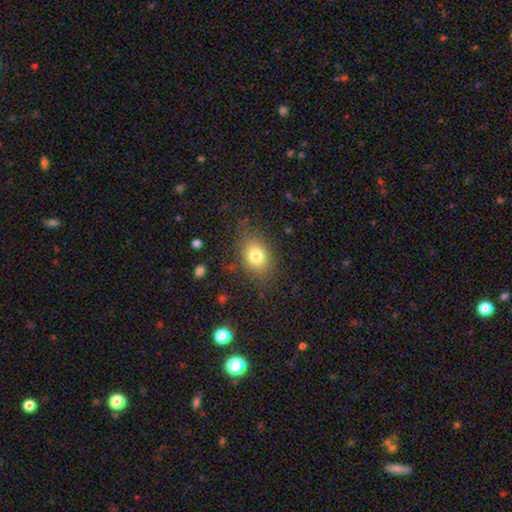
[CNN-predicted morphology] This is likely a smooth galaxy (78%). How rounded: likely in between (71%). Merging: likely none (79%).